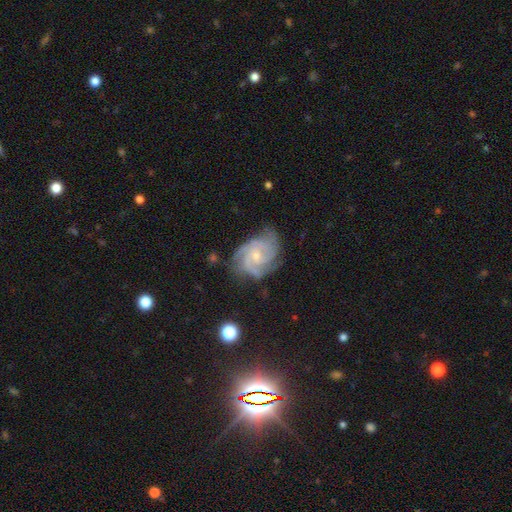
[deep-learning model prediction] The model was most divided on "spiral winding": tight: 58%, medium: 37%, loose: 6%. Remaining: edge-on disk — no (98%); spiral arms — yes (98%); smooth or featured — featured or disk (88%); bulge size — small (71%); merging — none (70%); bar — no (66%); spiral arm count — 3 (47%).